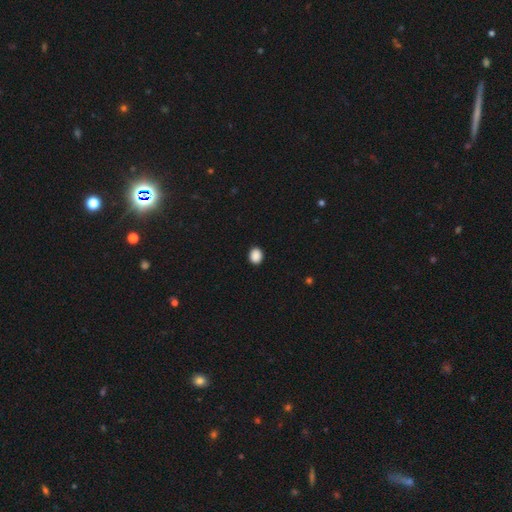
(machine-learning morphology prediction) Smooth or featured: smooth — 89% (star or artifact — 9%)
How rounded: round — 55% (in between — 44%)
Merging: none — 91% (minor disturbance — 6%)